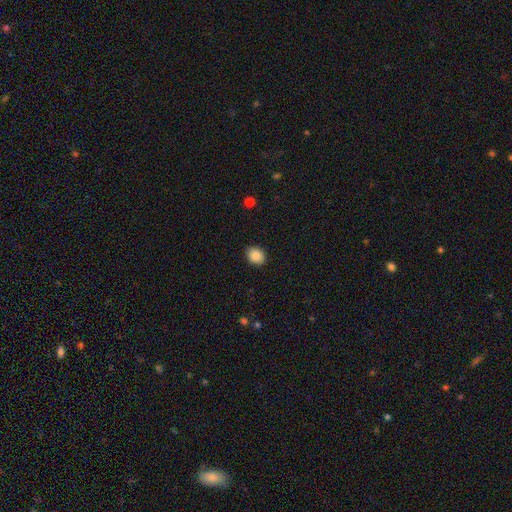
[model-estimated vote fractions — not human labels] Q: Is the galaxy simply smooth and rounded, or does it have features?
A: smooth — 88%.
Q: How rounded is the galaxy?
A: in between — 53%.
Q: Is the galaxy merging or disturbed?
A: none — 89%.